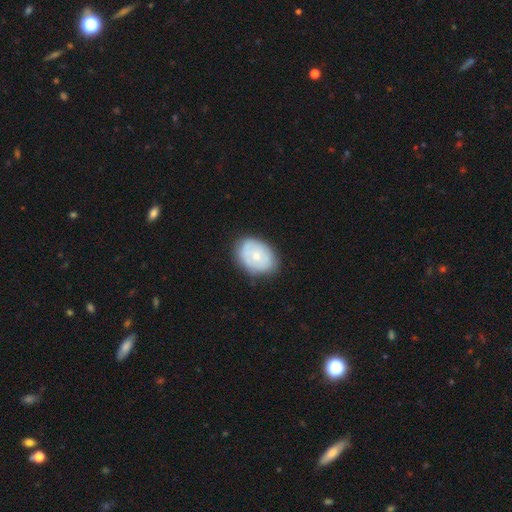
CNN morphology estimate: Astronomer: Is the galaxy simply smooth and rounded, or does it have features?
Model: smooth — 60%.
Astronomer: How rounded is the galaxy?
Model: in between — 71%.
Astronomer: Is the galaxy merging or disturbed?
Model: none — 76%.